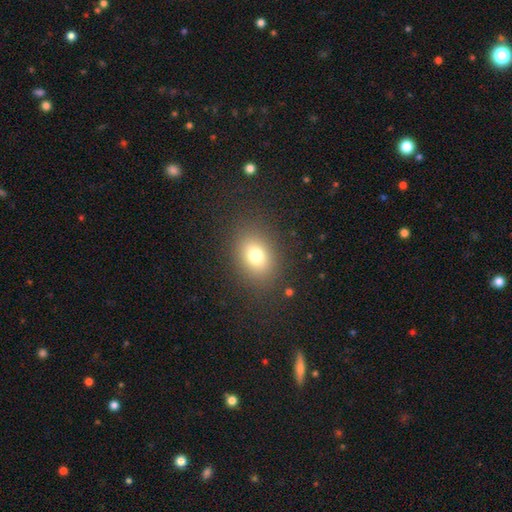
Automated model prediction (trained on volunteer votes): A smooth galaxy with no disk features (76%) that is in between round and cigar-shaped (58%). Merging: none (84%).